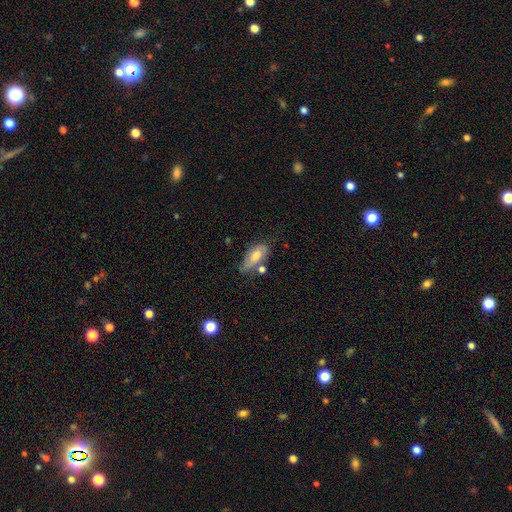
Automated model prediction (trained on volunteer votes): Smooth or featured: smooth — 53% (featured or disk — 39%)
How rounded: in between — 83% (cigar-shaped — 13%)
Merging: none — 46% (minor disturbance — 30%)